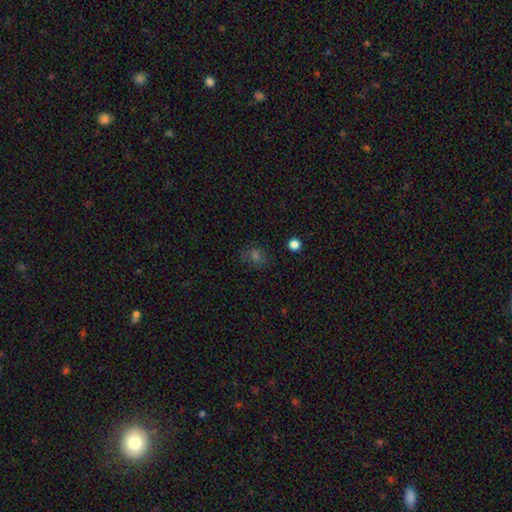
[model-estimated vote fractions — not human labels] Overall: smooth (60%; star or artifact 30%). How rounded: round (63%; in between 36%). Merging: none (76%).